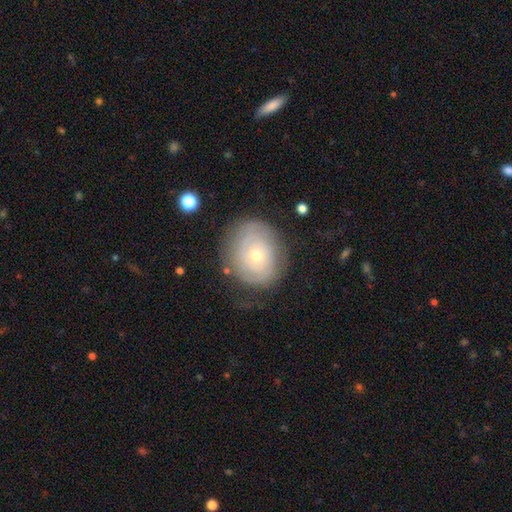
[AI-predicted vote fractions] smooth_or_featured: featured or disk (p=0.61) [alt: smooth p=0.31]
disk_edge_on: no (p=0.96) [alt: yes p=0.04]
bar: no (p=0.87) [alt: weak p=0.11]
has_spiral_arms: yes (p=0.69) [alt: no p=0.31]
bulge_size: small (p=0.56) [alt: moderate p=0.40]
merging: none (p=0.73) [alt: minor disturbance p=0.18]